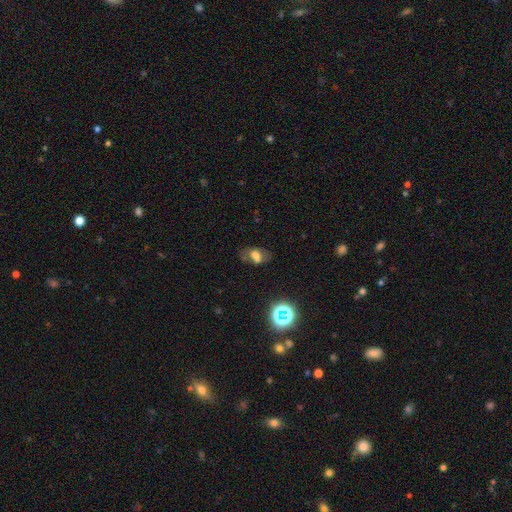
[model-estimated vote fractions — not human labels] smooth 50%, featured or disk 28%, star or artifact 22%. Down the decision tree: merging — none (53%).